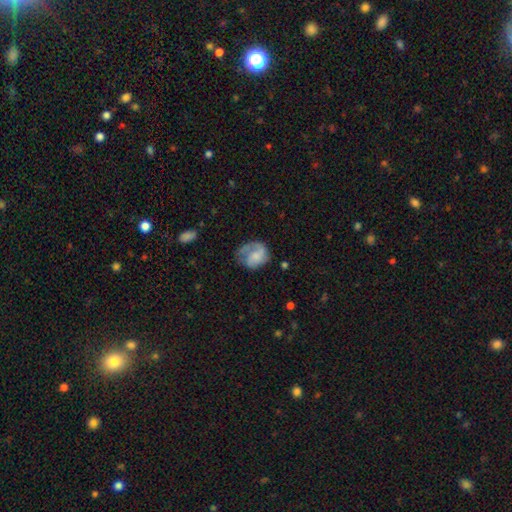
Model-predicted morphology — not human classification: smooth_or_featured: featured or disk (p=0.48) [alt: smooth p=0.44]
merging: none (p=0.42) [alt: minor disturbance p=0.28]